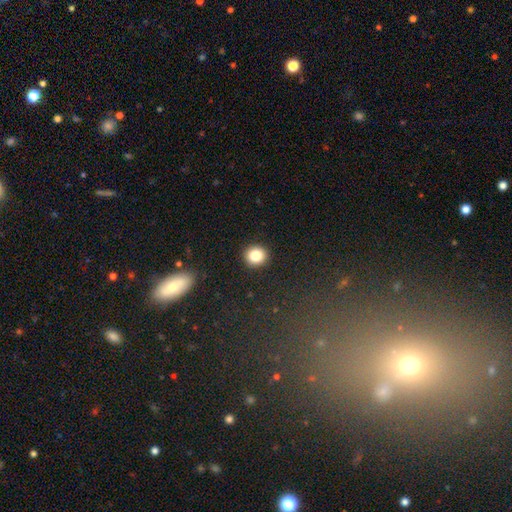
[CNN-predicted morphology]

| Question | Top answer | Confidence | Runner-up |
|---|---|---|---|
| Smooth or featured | smooth | 84% | star or artifact (10%) |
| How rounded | round | 84% | in between (15%) |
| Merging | none | 91% | minor disturbance (6%) |